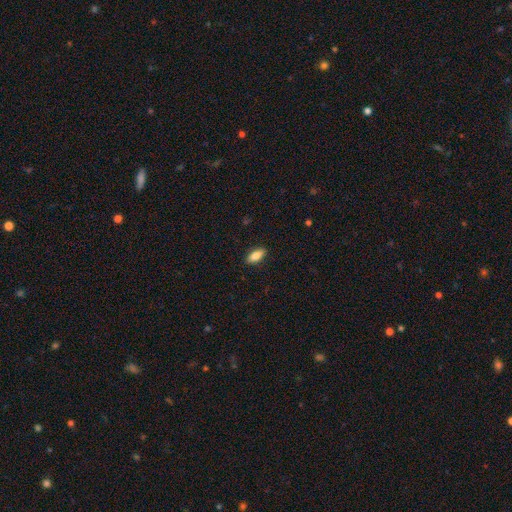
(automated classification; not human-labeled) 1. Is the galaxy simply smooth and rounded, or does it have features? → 80% smooth, 13% featured or disk, 7% star or artifact.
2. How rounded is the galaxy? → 82% in between, 16% cigar-shaped, 2% round.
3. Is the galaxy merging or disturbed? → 89% none, 8% minor disturbance, 2% major disturbance, 1% merger.